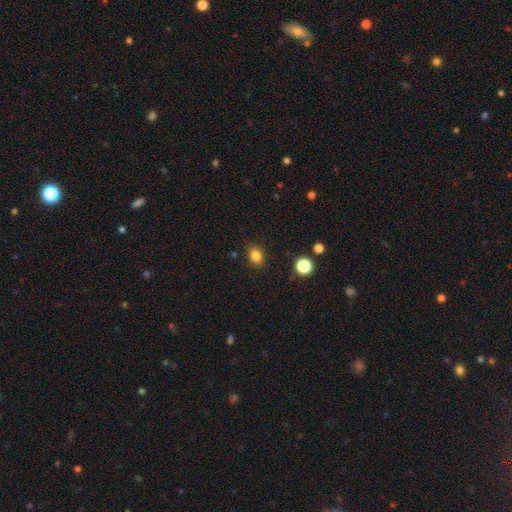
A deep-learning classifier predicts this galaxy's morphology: A smooth galaxy with no disk features (83%) that is in between round and cigar-shaped (57%). Merging: none (85%).